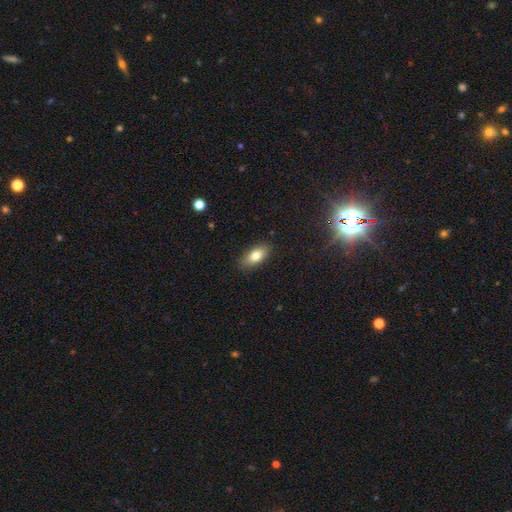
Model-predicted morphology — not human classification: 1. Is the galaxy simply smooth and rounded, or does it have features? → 79% smooth, 13% featured or disk, 8% star or artifact.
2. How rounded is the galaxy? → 87% in between, 8% cigar-shaped, 4% round.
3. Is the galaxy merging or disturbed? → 86% none, 10% minor disturbance, 2% major disturbance, 1% merger.